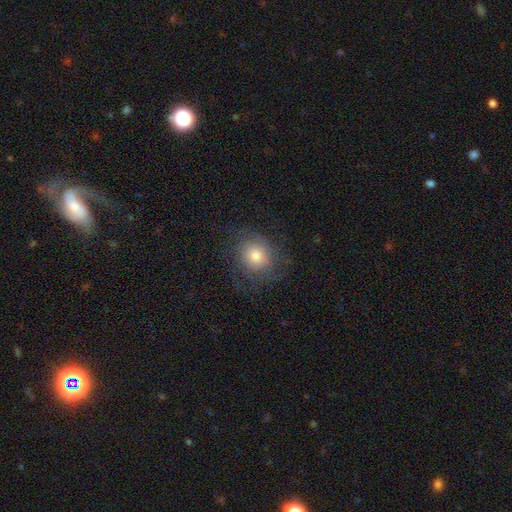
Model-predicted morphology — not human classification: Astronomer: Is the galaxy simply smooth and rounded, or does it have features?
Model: smooth — 58%.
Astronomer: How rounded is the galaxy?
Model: round — 83%.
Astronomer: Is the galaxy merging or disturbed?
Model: none — 74%.